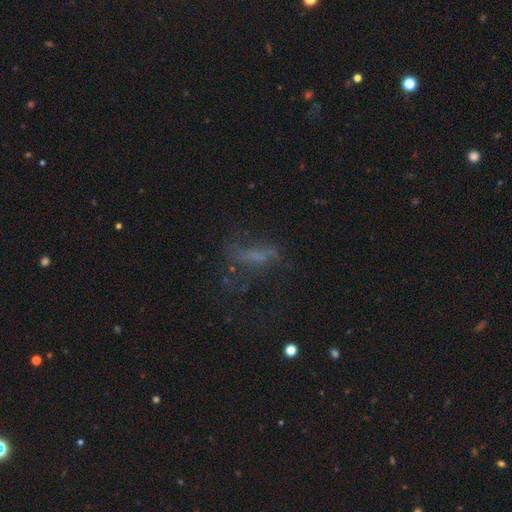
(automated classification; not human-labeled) The model was most divided on "smooth or featured": featured or disk: 41%, smooth: 34%, star or artifact: 26%. Remaining: merging — none (45%).